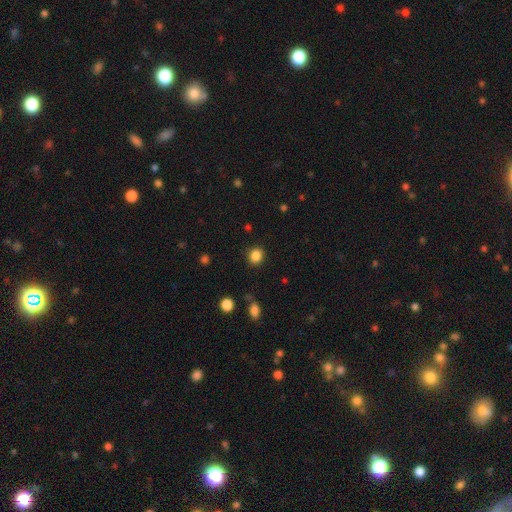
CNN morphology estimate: smooth-or-featured: smooth: 86% | star or artifact: 11% | featured or disk: 3%
  how-rounded: round: 82% | in between: 17% | cigar-shaped: 1%
  merging: none: 89% | minor disturbance: 7% | major disturbance: 2% | merger: 1%